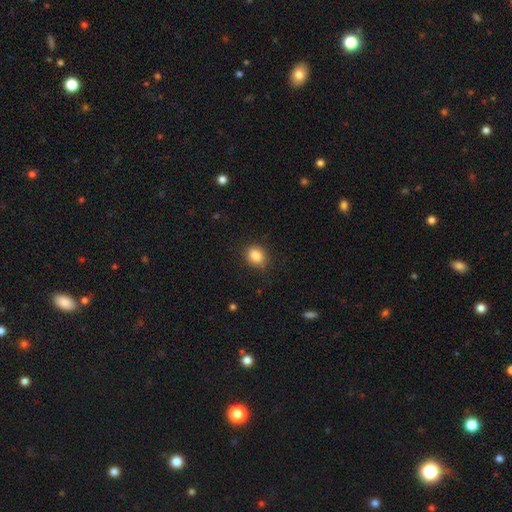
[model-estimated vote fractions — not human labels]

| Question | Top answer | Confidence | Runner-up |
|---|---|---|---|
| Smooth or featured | smooth | 86% | star or artifact (9%) |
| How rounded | round | 59% | in between (40%) |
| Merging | none | 84% | minor disturbance (12%) |